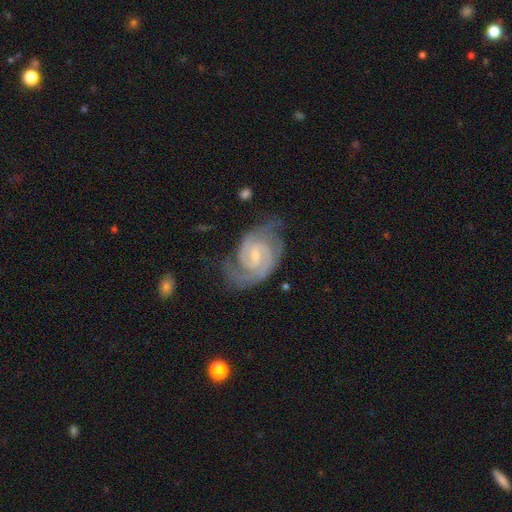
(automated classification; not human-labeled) A featured or disk galaxy (92%) with a weak bar (50%), 2 (74%) tight (56%) spiral arms (98%) and a small central bulge (65%).

Vote fractions:
- Smooth or featured? featured or disk: 92% / smooth: 4% / star or artifact: 4%
- Edge-on disk? no: 98% / yes: 2%
- Bar? weak: 50% / no: 39% / strong: 10%
- Spiral arms? yes: 98% / no: 2%
- Spiral winding? tight: 56% / medium: 38% / loose: 6%
- Spiral arm count? 2: 74% / 3: 13% / can't tell: 6% / 1: 3% / 4: 3% / more than 4: 2%
- Bulge size? small: 65% / moderate: 31% / none: 3% / large: 1% / dominant: 1%
- Merging? none: 69% / minor disturbance: 21% / major disturbance: 8% / merger: 2%